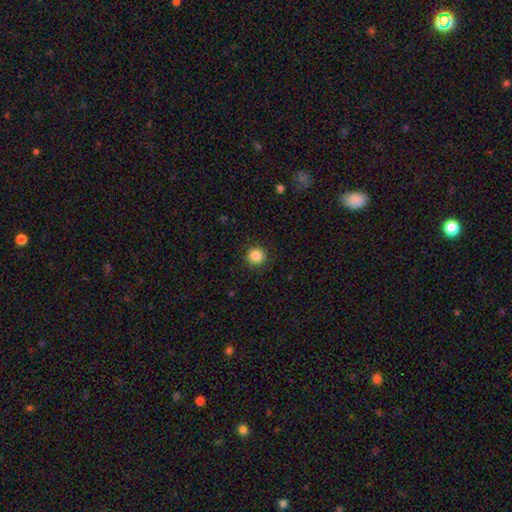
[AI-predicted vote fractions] Morphology: type=smooth (86%); roundness=round (95%); merging=none (91%).